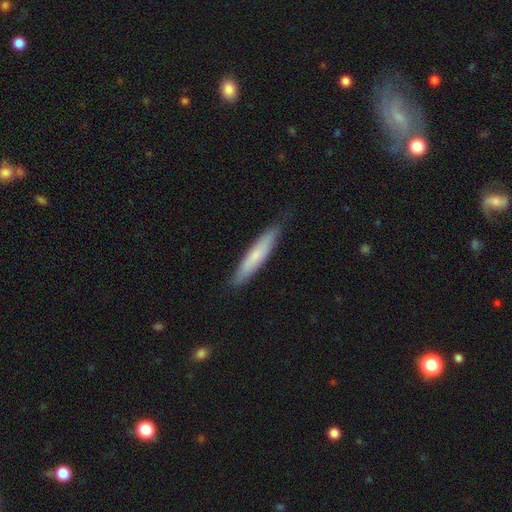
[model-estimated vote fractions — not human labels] Q: Smooth or featured?
A: smooth (68%); runner-up: featured or disk (26%)
Q: How rounded?
A: cigar-shaped (91%); runner-up: in between (8%)
Q: Merging?
A: none (83%); runner-up: minor disturbance (14%)